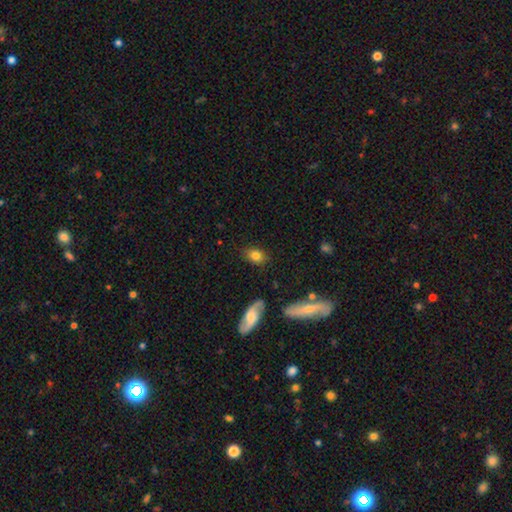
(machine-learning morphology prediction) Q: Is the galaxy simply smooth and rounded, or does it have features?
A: smooth — 80%.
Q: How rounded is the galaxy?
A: in between — 73%.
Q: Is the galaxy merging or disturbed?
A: none — 82%.